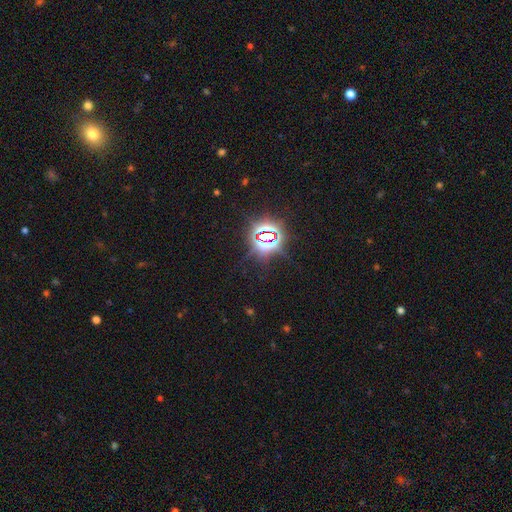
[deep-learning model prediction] This appears to be a star or artifact, not a galaxy (82%).